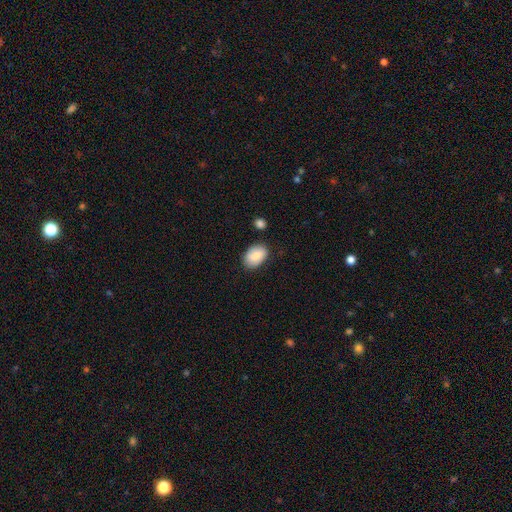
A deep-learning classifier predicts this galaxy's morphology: Smooth or featured? Predicted: smooth (p=0.85). How rounded? Predicted: in between (p=0.89). Merging? Predicted: none (p=0.79).